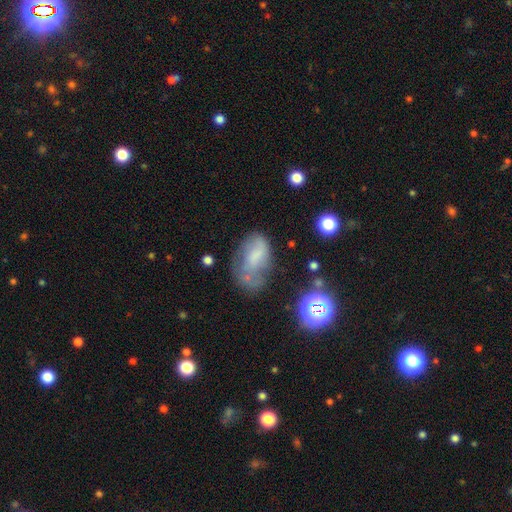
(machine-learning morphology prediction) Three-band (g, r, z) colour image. It shows a smooth galaxy with no disk features (51%) that is in between round and cigar-shaped (89%). Merging: none (33%).